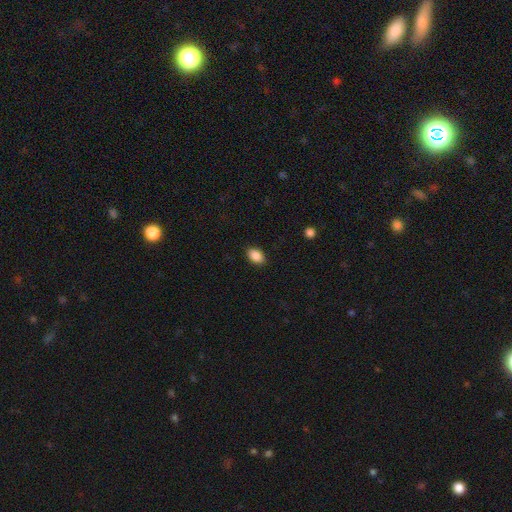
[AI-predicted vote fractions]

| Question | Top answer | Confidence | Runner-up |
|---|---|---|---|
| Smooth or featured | smooth | 89% | star or artifact (8%) |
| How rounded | in between | 88% | round (11%) |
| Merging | none | 89% | minor disturbance (8%) |